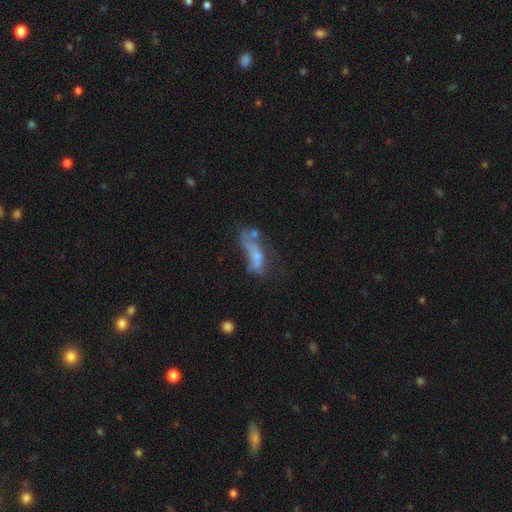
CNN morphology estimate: Smooth or featured: smooth — 48% (featured or disk — 39%)
Merging: major disturbance — 32% (merger — 25%)